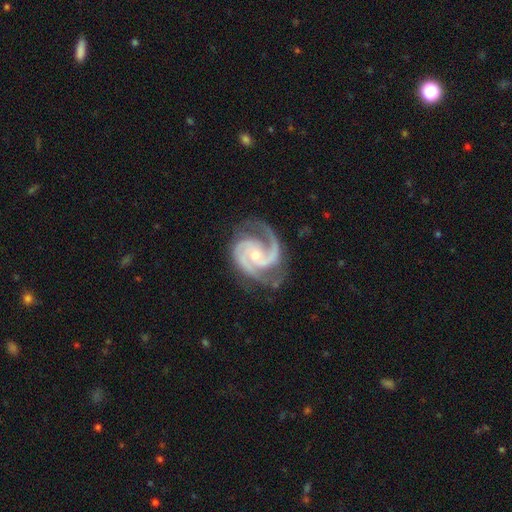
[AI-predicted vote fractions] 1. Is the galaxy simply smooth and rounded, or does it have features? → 94% featured or disk, 4% star or artifact, 3% smooth.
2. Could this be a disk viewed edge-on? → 98% no, 2% yes.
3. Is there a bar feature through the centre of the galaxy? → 57% no, 31% weak, 12% strong.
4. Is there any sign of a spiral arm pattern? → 99% yes, 1% no.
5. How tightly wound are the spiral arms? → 56% medium, 37% tight, 7% loose.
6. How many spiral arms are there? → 67% 2, 23% 3, 3% can't tell, 2% 1, 2% 4, 2% more than 4.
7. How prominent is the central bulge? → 62% small, 35% moderate, 1% none, 1% large, 1% dominant.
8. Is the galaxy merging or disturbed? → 72% none, 18% minor disturbance, 8% major disturbance, 2% merger.